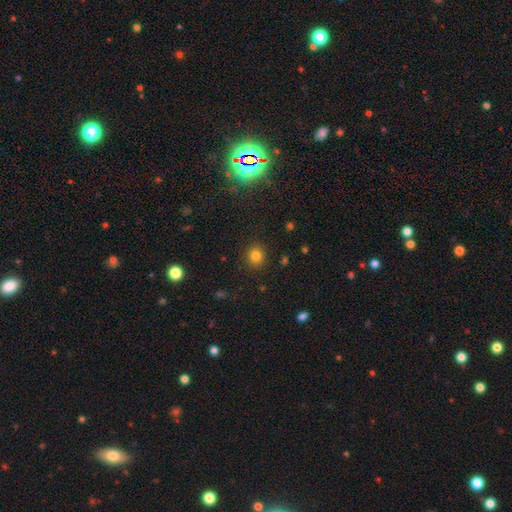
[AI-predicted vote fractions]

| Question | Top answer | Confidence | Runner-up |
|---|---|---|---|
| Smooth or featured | smooth | 81% | star or artifact (14%) |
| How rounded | round | 80% | in between (19%) |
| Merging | none | 90% | minor disturbance (7%) |